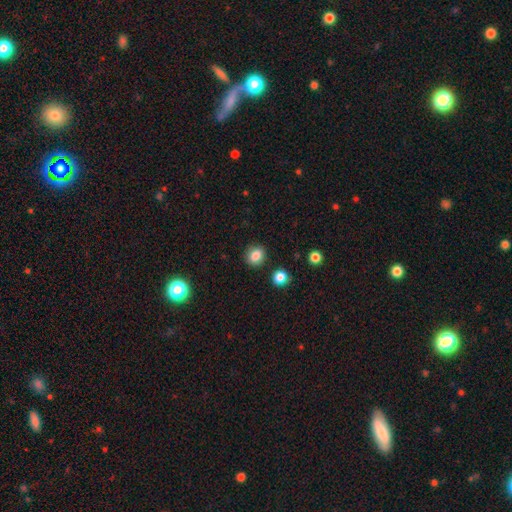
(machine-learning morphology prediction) This appears to be a smooth galaxy with no disk features (85%) that is round (68%). Merging: none (87%).